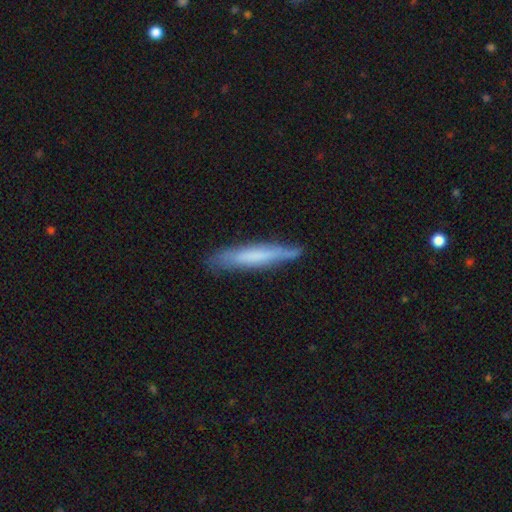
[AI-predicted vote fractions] A smooth galaxy with no disk features (55%) that is cigar-shaped (92%). Merging: none (78%).